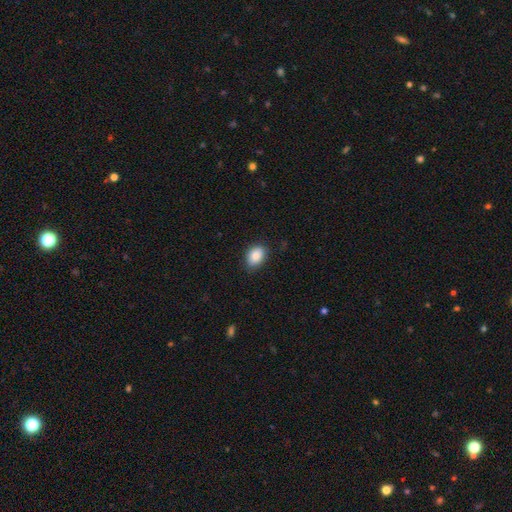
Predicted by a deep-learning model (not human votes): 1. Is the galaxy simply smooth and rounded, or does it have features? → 86% smooth, 7% star or artifact, 6% featured or disk.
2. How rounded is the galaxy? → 81% in between, 18% round, 1% cigar-shaped.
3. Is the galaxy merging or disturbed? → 81% none, 15% minor disturbance, 3% major disturbance, 1% merger.